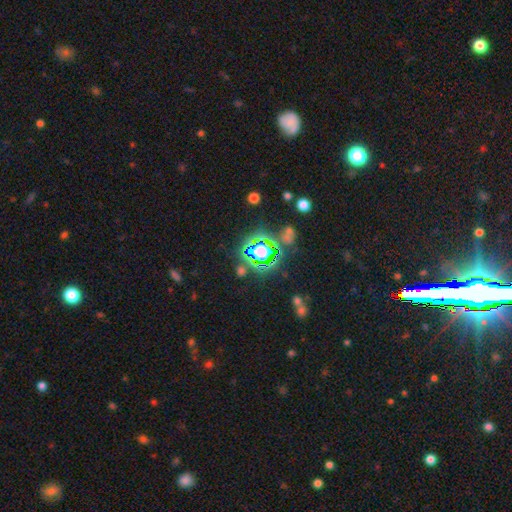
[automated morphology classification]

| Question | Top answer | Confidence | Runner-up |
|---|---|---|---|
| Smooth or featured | star or artifact | 77% | smooth (15%) |